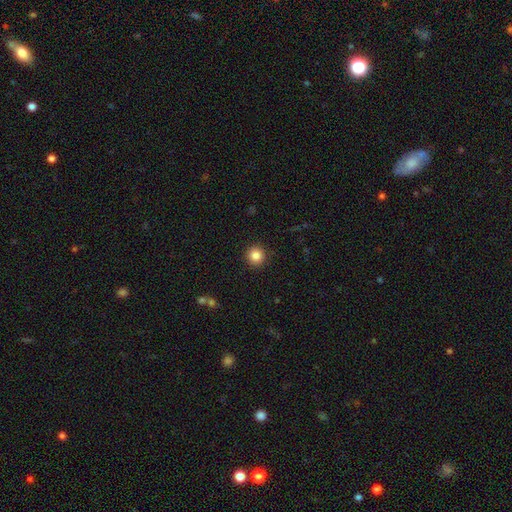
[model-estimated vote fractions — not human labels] smooth_or_featured: smooth (p=0.85) [alt: star or artifact p=0.11]
how_rounded: round (p=0.94) [alt: in between p=0.05]
merging: none (p=0.92) [alt: minor disturbance p=0.05]